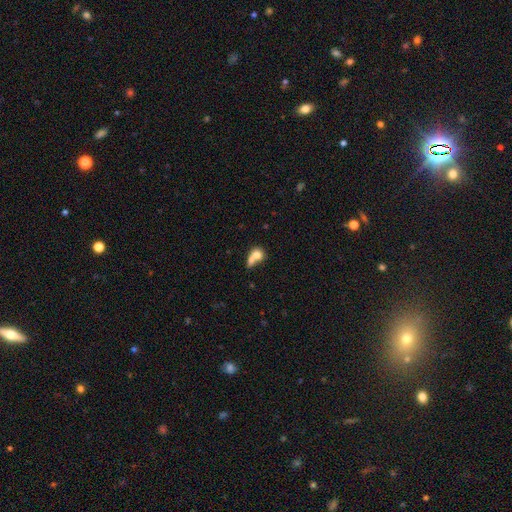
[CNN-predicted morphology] The model was most divided on "how rounded": round: 53%, in between: 43%, cigar-shaped: 4%. More confident: smooth or featured — smooth (71%); merging — merger (62%).